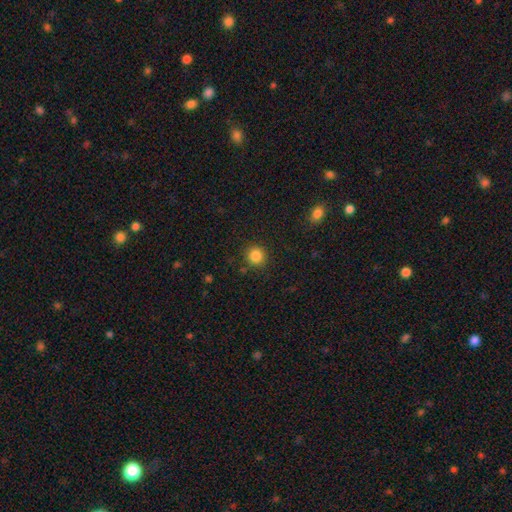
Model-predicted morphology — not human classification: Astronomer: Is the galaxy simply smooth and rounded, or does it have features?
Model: smooth — 85%.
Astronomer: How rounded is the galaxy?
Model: round — 93%.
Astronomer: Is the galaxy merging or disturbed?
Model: none — 88%.